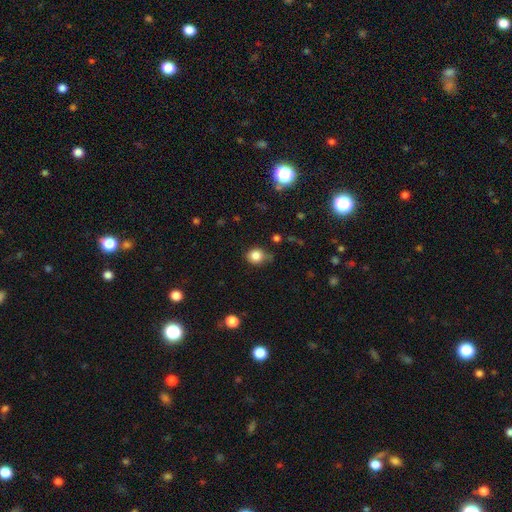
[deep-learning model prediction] A smooth galaxy with no disk features (82%) that is round (76%).

Vote fractions:
- Smooth or featured? smooth: 82% / star or artifact: 11% / featured or disk: 6%
- How rounded? round: 76% / in between: 23% / cigar-shaped: 1%
- Merging? none: 65% / minor disturbance: 26% / major disturbance: 6% / merger: 3%